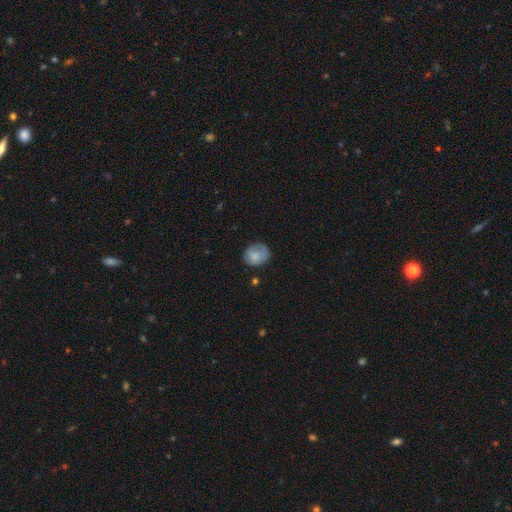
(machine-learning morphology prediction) This appears to be a smooth galaxy with no disk features (74%) that is round (59%). Merging: none (64%).